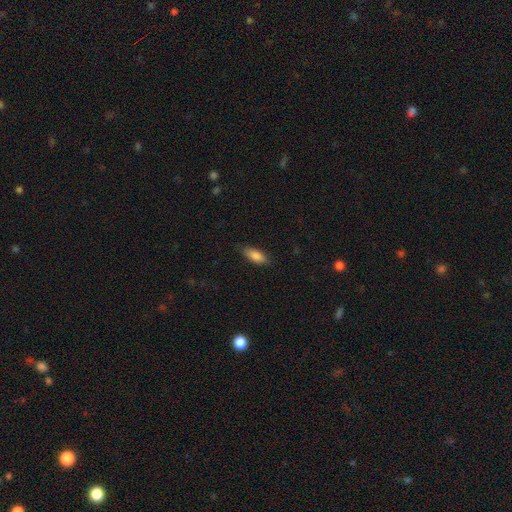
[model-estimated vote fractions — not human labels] smooth_or_featured: smooth (p=0.85) [alt: featured or disk p=0.08]
how_rounded: in between (p=0.79) [alt: cigar-shaped p=0.19]
merging: none (p=0.81) [alt: minor disturbance p=0.16]